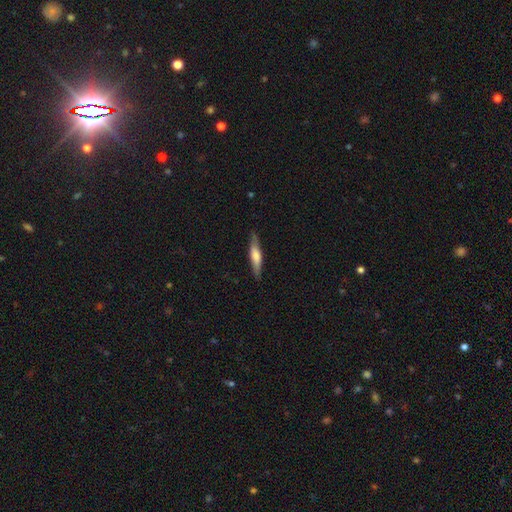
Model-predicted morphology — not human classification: A smooth galaxy with no disk features (54%) that is cigar-shaped (83%).

Vote fractions:
- Smooth or featured? smooth: 54% / featured or disk: 40% / star or artifact: 6%
- How rounded? cigar-shaped: 83% / in between: 16% / round: 2%
- Merging? none: 85% / minor disturbance: 11% / major disturbance: 2% / merger: 1%